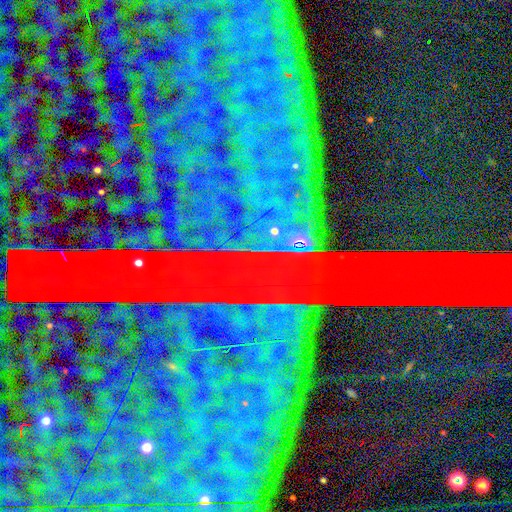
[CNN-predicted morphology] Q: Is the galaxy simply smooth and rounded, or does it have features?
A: star or artifact — 88%.